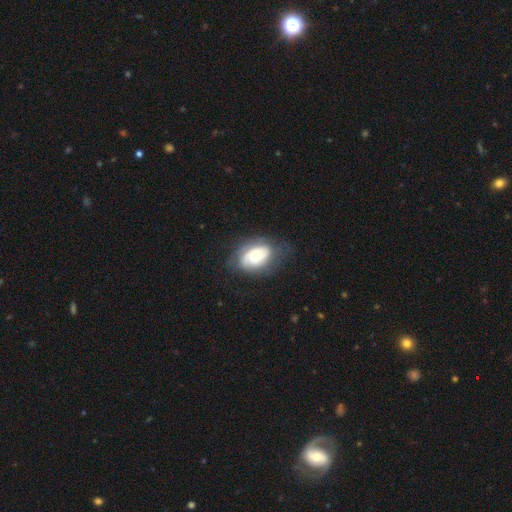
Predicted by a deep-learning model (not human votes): A featured or disk galaxy (52%). Merging: none (58%).